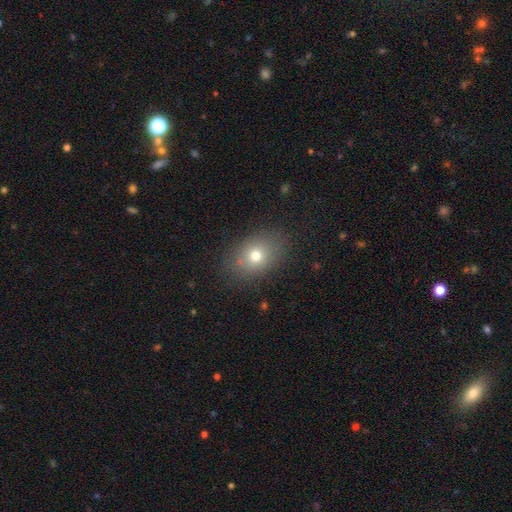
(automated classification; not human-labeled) This appears to be a smooth galaxy with no disk features (73%) that is in between round and cigar-shaped (65%). Merging: none (82%).